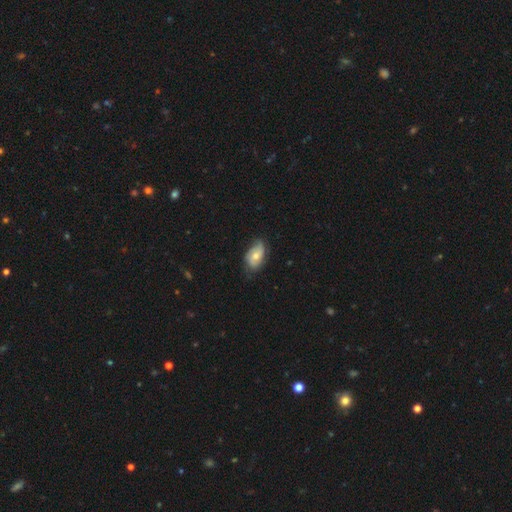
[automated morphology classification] This is possibly a smooth galaxy (53%). How rounded: clearly in between (90%). Merging: likely none (64%).